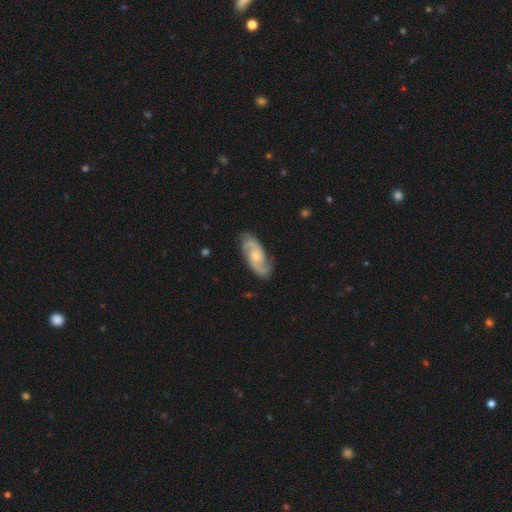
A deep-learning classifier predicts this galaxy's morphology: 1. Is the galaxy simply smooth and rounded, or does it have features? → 86% featured or disk, 10% smooth, 5% star or artifact.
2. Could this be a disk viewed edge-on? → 96% no, 4% yes.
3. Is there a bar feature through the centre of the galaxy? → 60% no, 34% weak, 6% strong.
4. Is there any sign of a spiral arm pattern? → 97% yes, 3% no.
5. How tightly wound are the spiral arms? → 53% medium, 30% tight, 17% loose.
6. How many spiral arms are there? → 89% 2, 4% can't tell, 3% 3, 1% 1, 1% 4, 1% more than 4.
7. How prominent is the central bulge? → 49% small, 42% moderate, 5% none, 3% large, 1% dominant.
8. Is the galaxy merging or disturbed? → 82% none, 13% minor disturbance, 3% major disturbance, 1% merger.